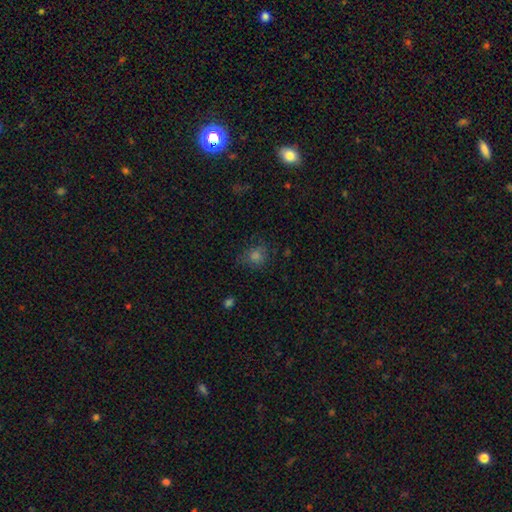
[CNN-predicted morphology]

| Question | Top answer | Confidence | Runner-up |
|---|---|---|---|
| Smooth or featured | smooth | 66% | star or artifact (25%) |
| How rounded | round | 79% | in between (20%) |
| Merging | none | 76% | minor disturbance (16%) |